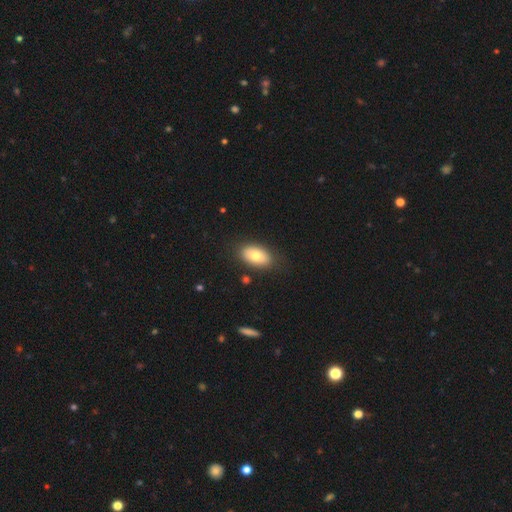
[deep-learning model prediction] Q: Smooth or featured?
A: smooth (75%); runner-up: featured or disk (18%)
Q: How rounded?
A: in between (91%); runner-up: round (7%)
Q: Merging?
A: none (84%); runner-up: minor disturbance (11%)